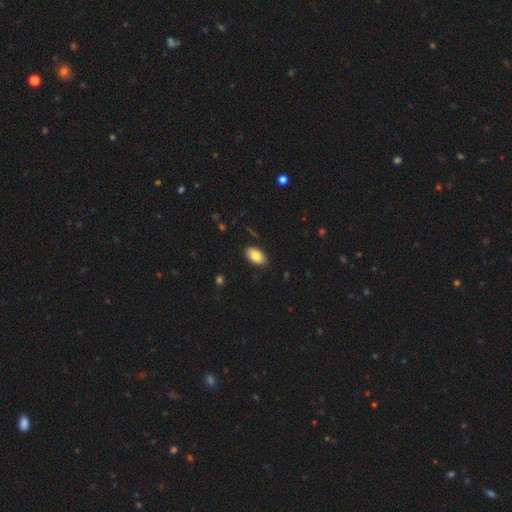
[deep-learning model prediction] Smooth or featured: smooth — 84% (featured or disk — 10%)
How rounded: in between — 94% (round — 4%)
Merging: none — 87% (minor disturbance — 10%)